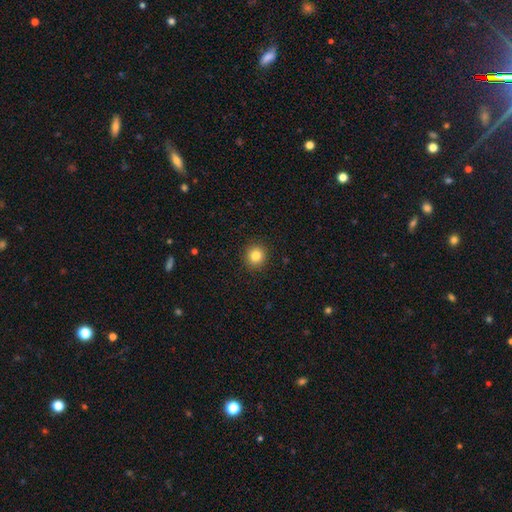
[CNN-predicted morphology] Smooth or featured? Predicted: smooth (p=0.83). How rounded? Predicted: round (p=0.91). Merging? Predicted: none (p=0.92).